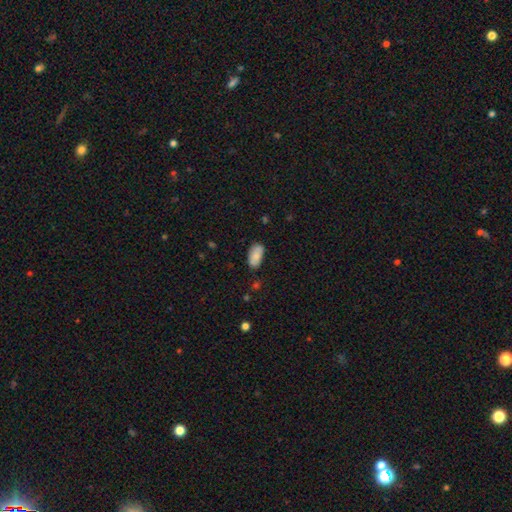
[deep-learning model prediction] Smooth or featured?
  - smooth: 84% *
  - featured or disk: 10%
  - star or artifact: 7%
How rounded?
  - in between: 93% *
  - cigar-shaped: 4%
  - round: 3%
Merging?
  - none: 78% *
  - minor disturbance: 17%
  - major disturbance: 3%
  - merger: 2%